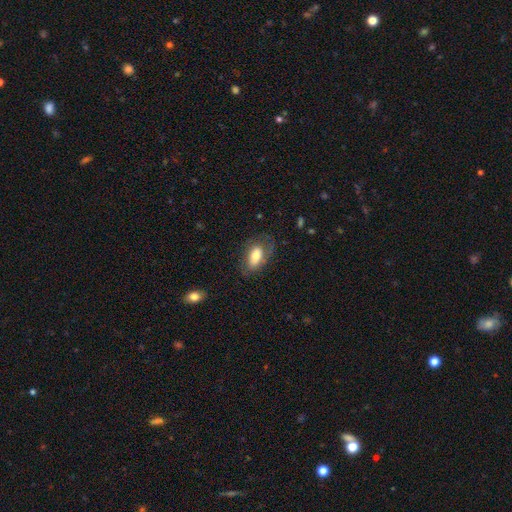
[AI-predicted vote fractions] A smooth galaxy with no disk features (68%) that is in between round and cigar-shaped (90%).

Vote fractions:
- Smooth or featured? smooth: 68% / featured or disk: 25% / star or artifact: 7%
- How rounded? in between: 90% / cigar-shaped: 5% / round: 5%
- Merging? none: 61% / minor disturbance: 23% / major disturbance: 15% / merger: 2%